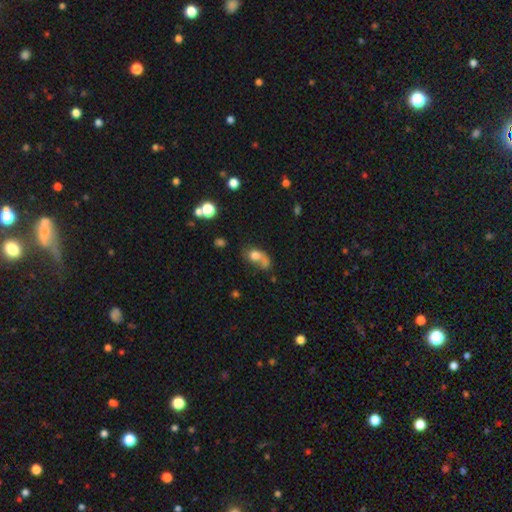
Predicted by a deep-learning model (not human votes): Smooth or featured: smooth — 69% (featured or disk — 19%)
How rounded: in between — 55% (round — 42%)
Merging: merger — 37% (none — 29%)